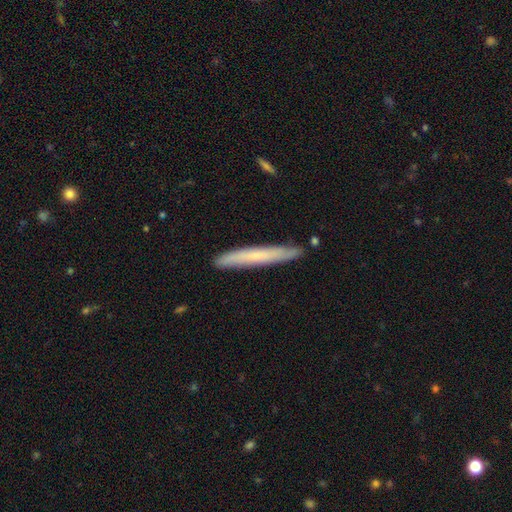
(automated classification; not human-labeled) The model was most divided on "smooth or featured": smooth: 57%, featured or disk: 37%, star or artifact: 7%. More confident: how rounded — cigar-shaped (96%); merging — none (86%).